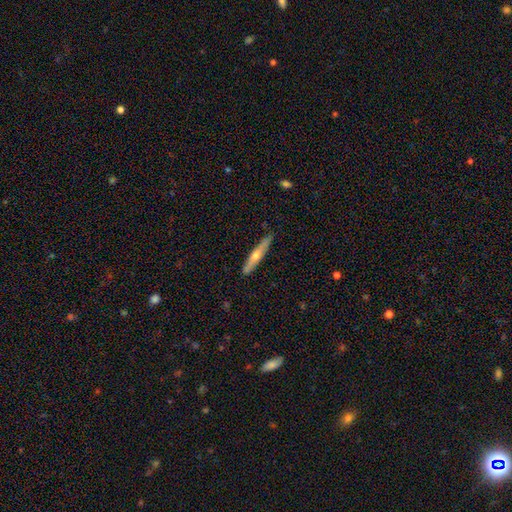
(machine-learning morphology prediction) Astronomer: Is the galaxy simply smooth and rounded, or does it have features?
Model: featured or disk — 51% (runner-up: smooth, 44%).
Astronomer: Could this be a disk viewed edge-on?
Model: yes — 93%.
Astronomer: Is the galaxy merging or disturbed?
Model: none — 88%.